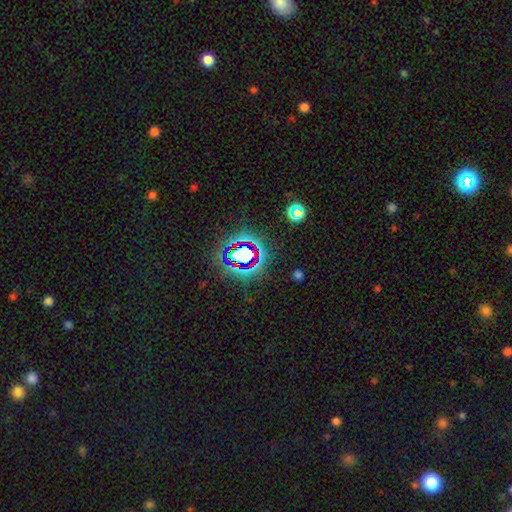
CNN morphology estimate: A star or artifact, not a galaxy (76%).

Vote fractions:
- Smooth or featured? star or artifact: 76% / smooth: 14% / featured or disk: 10%